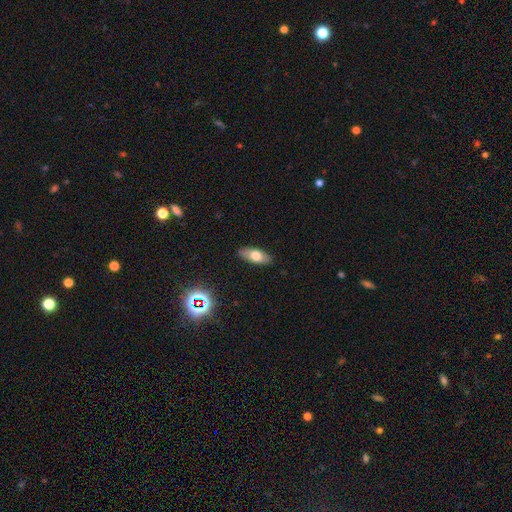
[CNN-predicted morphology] Q: Smooth or featured?
A: smooth (68%); runner-up: featured or disk (23%)
Q: How rounded?
A: in between (82%); runner-up: cigar-shaped (15%)
Q: Merging?
A: none (87%); runner-up: minor disturbance (10%)